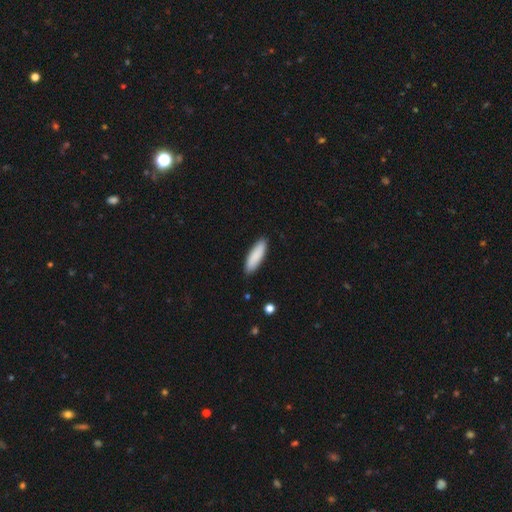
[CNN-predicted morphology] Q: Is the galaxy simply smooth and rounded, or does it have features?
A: smooth — 89%.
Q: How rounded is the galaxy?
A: in between — 50%.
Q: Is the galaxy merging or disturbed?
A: none — 89%.